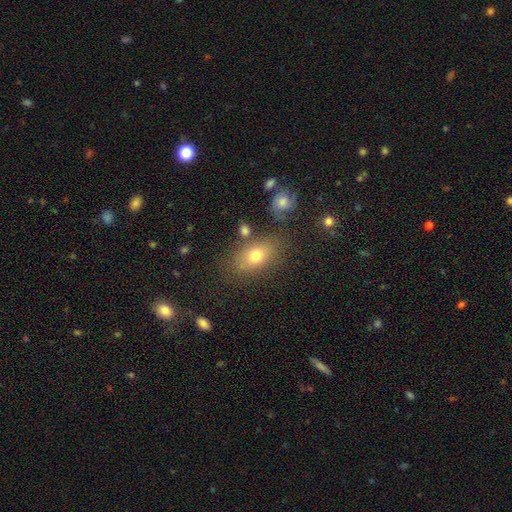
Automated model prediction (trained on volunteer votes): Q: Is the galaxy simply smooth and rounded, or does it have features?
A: smooth — 73%.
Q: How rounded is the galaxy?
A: in between — 78%.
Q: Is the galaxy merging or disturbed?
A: none — 72%.